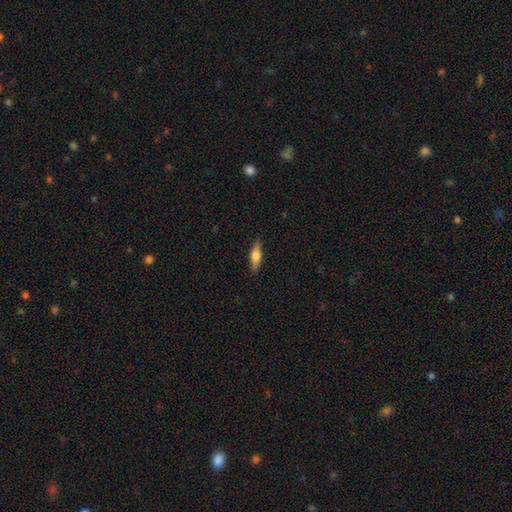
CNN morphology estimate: Overall: smooth (58%; featured or disk 36%). How rounded: cigar-shaped (59%; in between 38%). Merging: none (88%).